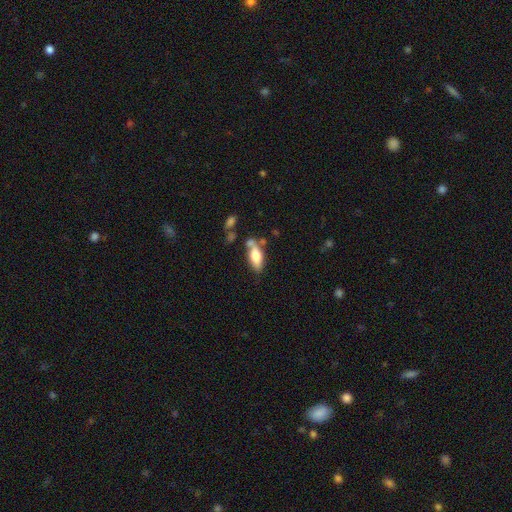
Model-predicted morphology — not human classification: A smooth galaxy with no disk features (66%) that is in between round and cigar-shaped (75%).

Vote fractions:
- Smooth or featured? smooth: 66% / featured or disk: 27% / star or artifact: 7%
- How rounded? in between: 75% / cigar-shaped: 21% / round: 3%
- Merging? none: 50% / minor disturbance: 22% / merger: 19% / major disturbance: 9%